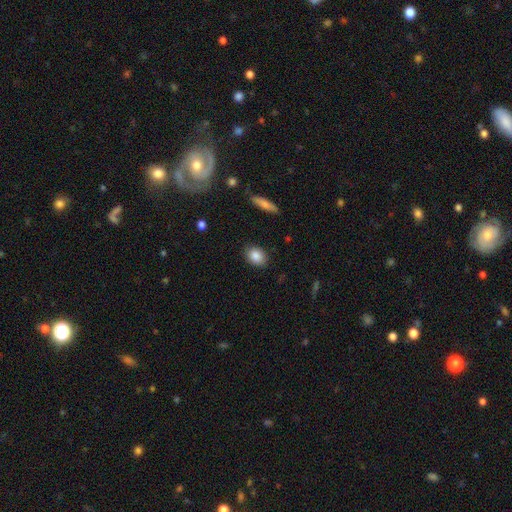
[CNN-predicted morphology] Smooth or featured? smooth (86%)
How rounded? in between (68%)
Merging? none (87%)